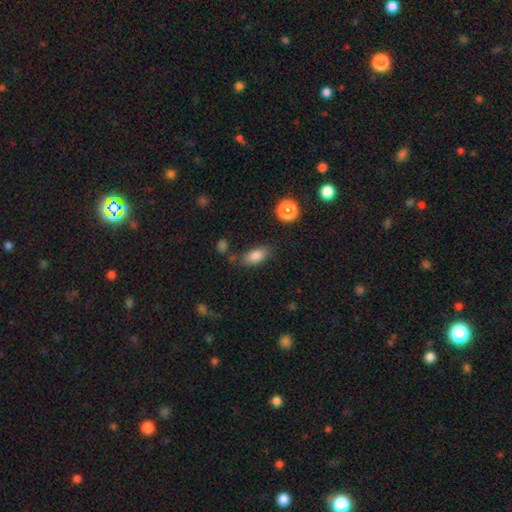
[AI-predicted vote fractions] smooth_or_featured: smooth (p=0.83) [alt: star or artifact p=0.09]
how_rounded: in between (p=0.86) [alt: cigar-shaped p=0.08]
merging: none (p=0.73) [alt: minor disturbance p=0.16]